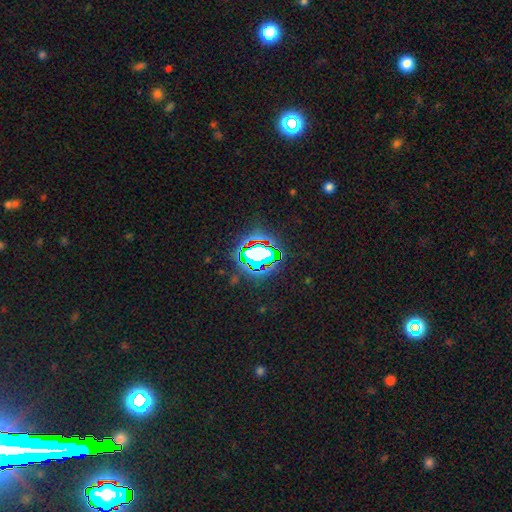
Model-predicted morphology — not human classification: type=star or artifact (70%).